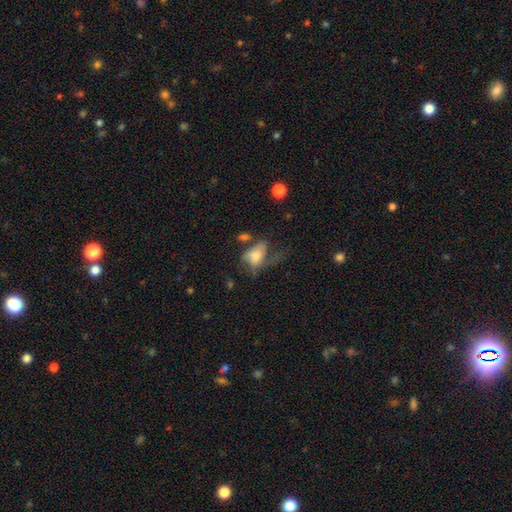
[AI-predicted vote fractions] Smooth or featured: smooth — 51% (featured or disk — 39%)
How rounded: in between — 83% (round — 14%)
Merging: major disturbance — 51% (none — 21%)